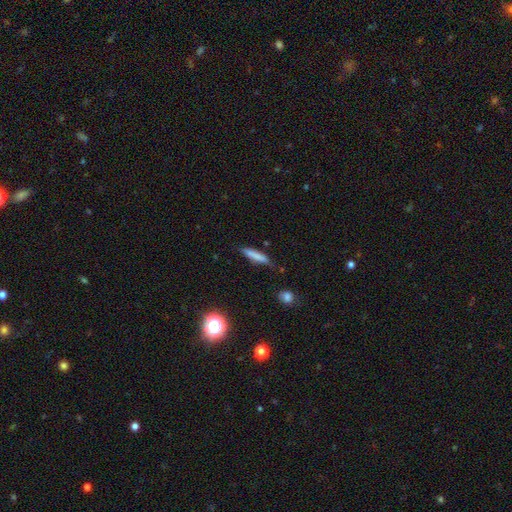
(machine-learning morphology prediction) Smooth or featured?
  - smooth: 76% *
  - featured or disk: 16%
  - star or artifact: 8%
How rounded?
  - cigar-shaped: 85% *
  - in between: 13%
  - round: 2%
Merging?
  - none: 76% *
  - minor disturbance: 17%
  - major disturbance: 3%
  - merger: 3%